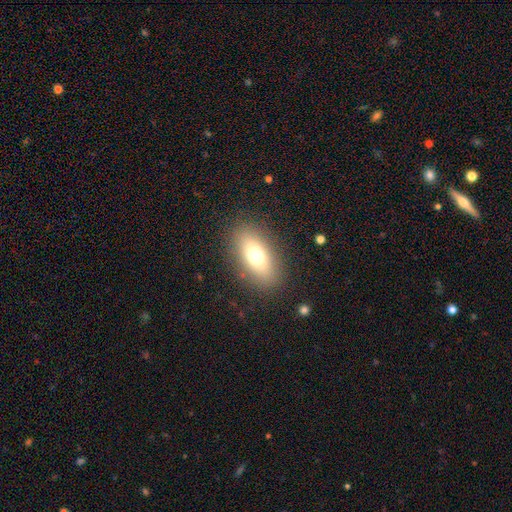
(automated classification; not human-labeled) Smooth or featured? smooth (71%)
How rounded? in between (85%)
Merging? none (85%)